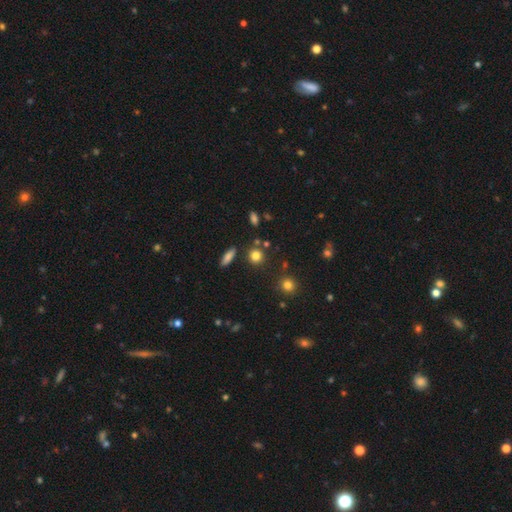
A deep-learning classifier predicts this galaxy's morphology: This is likely a smooth galaxy (79%). How rounded: clearly round (86%). Merging: clearly none (81%).